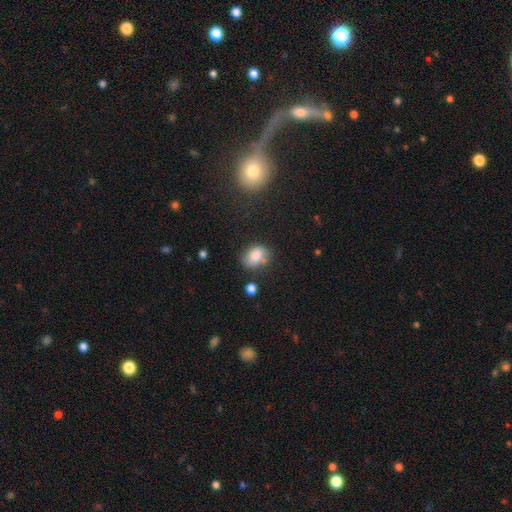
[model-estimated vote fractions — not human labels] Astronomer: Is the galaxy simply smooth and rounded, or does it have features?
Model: smooth — 77%.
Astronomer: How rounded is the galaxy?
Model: in between — 68%.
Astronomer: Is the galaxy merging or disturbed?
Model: none — 63%.